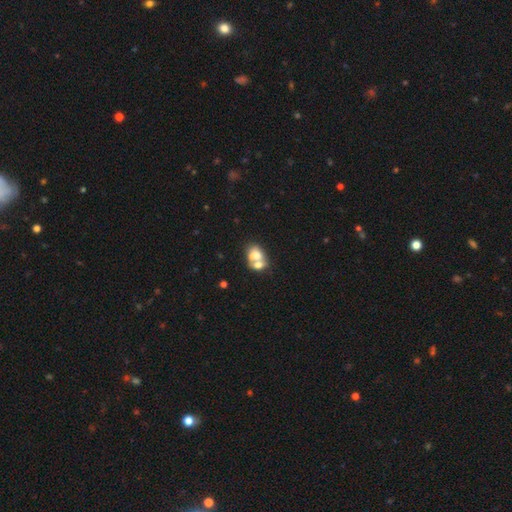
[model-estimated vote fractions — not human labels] A smooth galaxy with no disk features (65%) that is in between round and cigar-shaped (68%).

Vote fractions:
- Smooth or featured? smooth: 65% / featured or disk: 25% / star or artifact: 9%
- How rounded? in between: 68% / round: 31% / cigar-shaped: 1%
- Merging? merger: 68% / none: 20% / minor disturbance: 7% / major disturbance: 5%